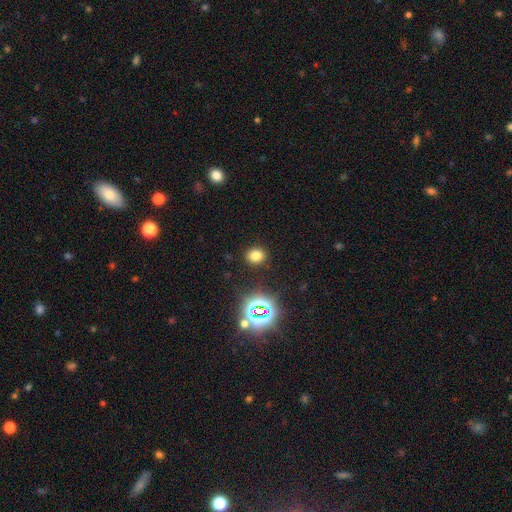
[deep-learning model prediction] The model was most divided on "how rounded": round: 71%, in between: 28%, cigar-shaped: 1%. More confident: merging — none (89%); smooth or featured — smooth (73%).